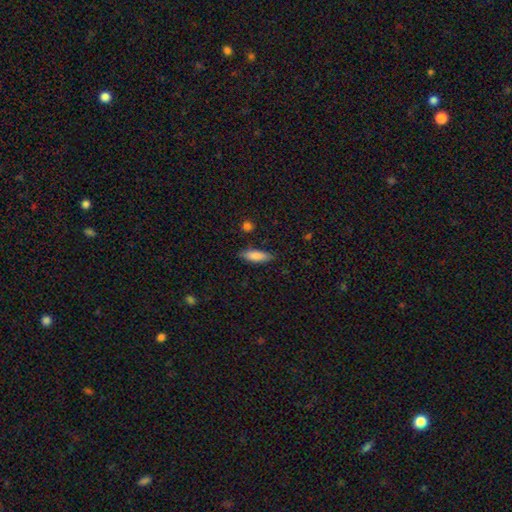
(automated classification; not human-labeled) smooth-or-featured: smooth: 83% | featured or disk: 10% | star or artifact: 7%
  how-rounded: in between: 55% | cigar-shaped: 43% | round: 2%
  merging: none: 82% | minor disturbance: 14% | major disturbance: 3% | merger: 2%